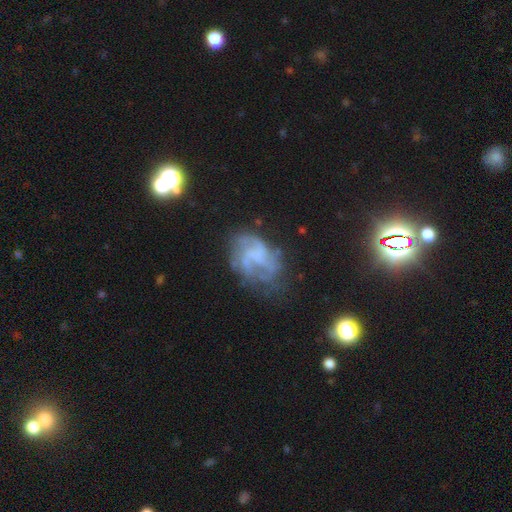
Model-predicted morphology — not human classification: This appears to be a featured or disk galaxy (72%) with no bar (67%), medium (40%) spiral arms (76%) and no central bulge (72%). Merging: none (49%).